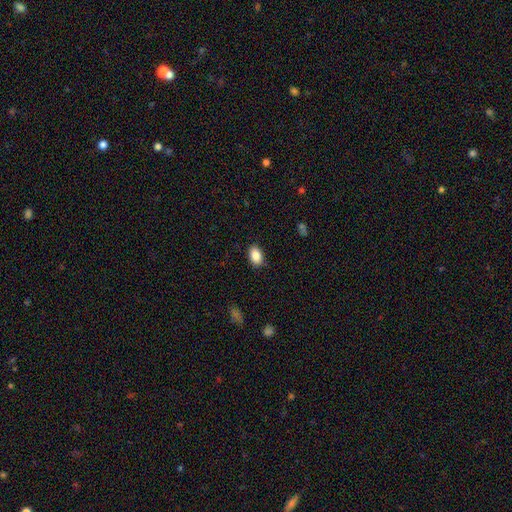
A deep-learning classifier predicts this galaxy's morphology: Smooth or featured? Predicted: smooth (p=0.87). How rounded? Predicted: in between (p=0.90). Merging? Predicted: none (p=0.87).